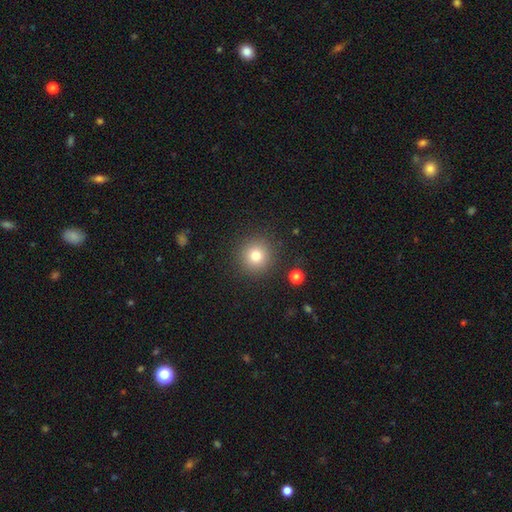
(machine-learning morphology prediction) smooth-or-featured: smooth: 79% | star or artifact: 13% | featured or disk: 8%
  how-rounded: round: 94% | in between: 5% | cigar-shaped: 1%
  merging: none: 89% | minor disturbance: 6% | major disturbance: 3% | merger: 2%